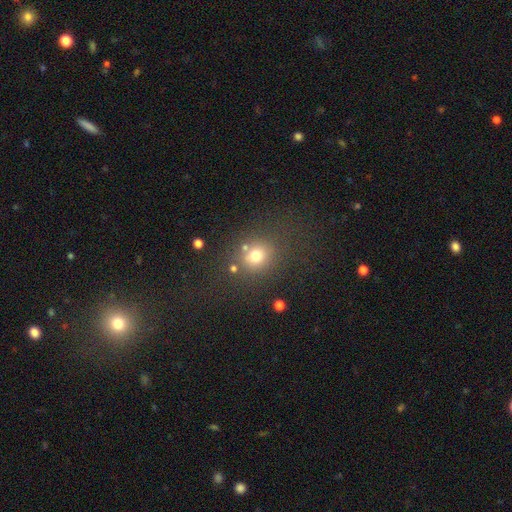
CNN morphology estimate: Smooth or featured? Predicted: smooth (p=0.73). How rounded? Predicted: round (p=0.75). Merging? Predicted: none (p=0.72).